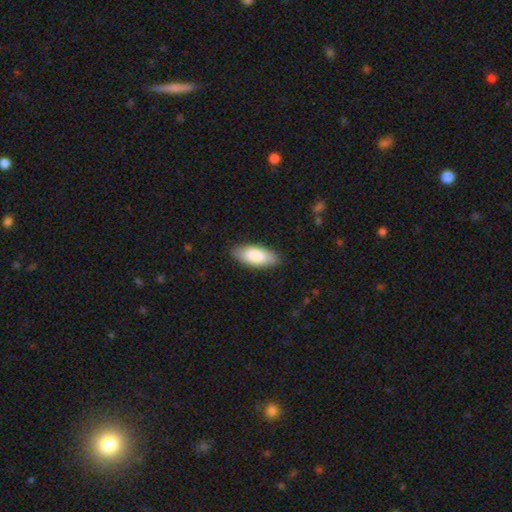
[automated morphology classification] Smooth or featured? Predicted: smooth (p=0.86). How rounded? Predicted: in between (p=0.87). Merging? Predicted: none (p=0.86).